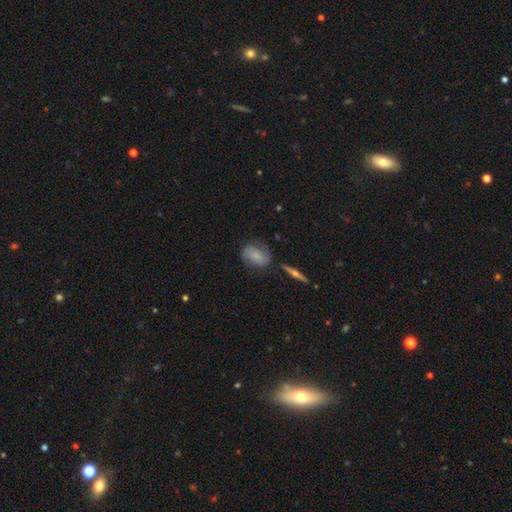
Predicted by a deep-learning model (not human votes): Q: Smooth or featured?
A: featured or disk (54%); runner-up: smooth (38%)
Q: Edge-on disk?
A: no (92%); runner-up: yes (8%)
Q: Merging?
A: none (68%); runner-up: minor disturbance (21%)